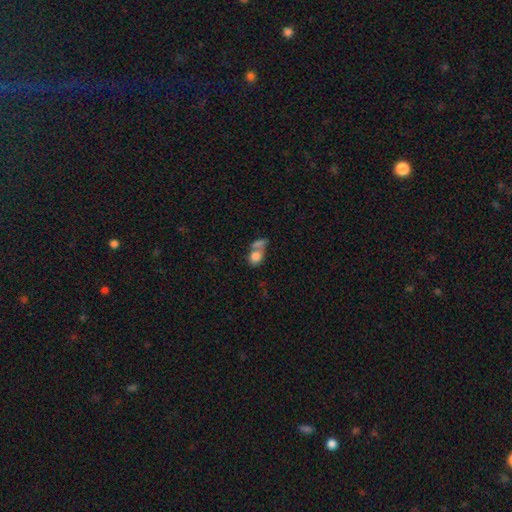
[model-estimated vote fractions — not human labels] Smooth or featured?
  - smooth: 78% *
  - featured or disk: 12%
  - star or artifact: 9%
How rounded?
  - in between: 51% *
  - round: 46%
  - cigar-shaped: 3%
Merging?
  - merger: 54% *
  - none: 30%
  - minor disturbance: 10%
  - major disturbance: 7%